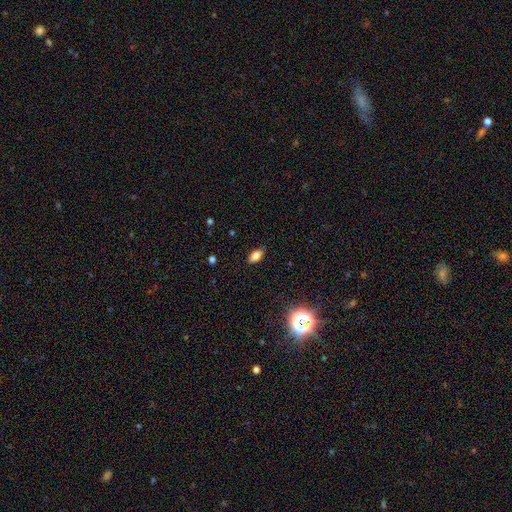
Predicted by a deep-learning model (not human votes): smooth-or-featured: smooth: 80% | star or artifact: 11% | featured or disk: 9%
  how-rounded: in between: 87% | cigar-shaped: 8% | round: 5%
  merging: none: 85% | minor disturbance: 11% | major disturbance: 2% | merger: 1%